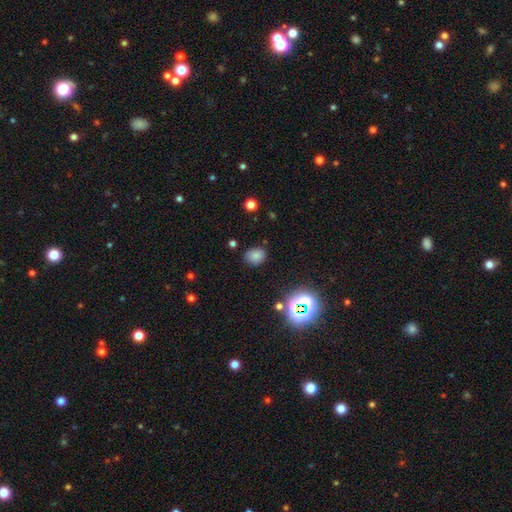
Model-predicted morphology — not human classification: smooth_or_featured: smooth (p=0.76) [alt: star or artifact p=0.17]
how_rounded: in between (p=0.52) [alt: round p=0.47]
merging: none (p=0.79) [alt: minor disturbance p=0.15]